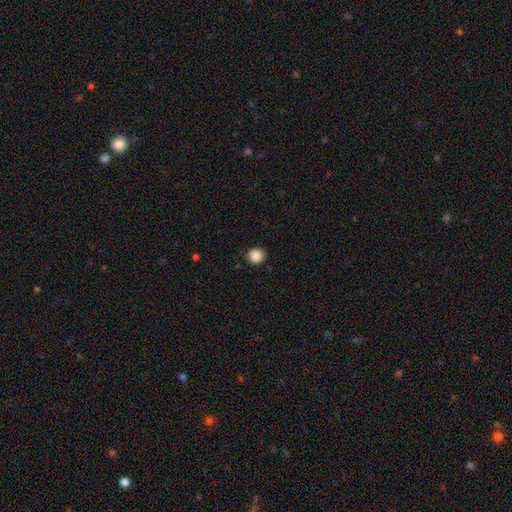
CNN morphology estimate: Smooth or featured?
  - smooth: 88% *
  - star or artifact: 9%
  - featured or disk: 3%
How rounded?
  - round: 88% *
  - in between: 11%
  - cigar-shaped: 1%
Merging?
  - none: 88% *
  - minor disturbance: 9%
  - major disturbance: 2%
  - merger: 1%